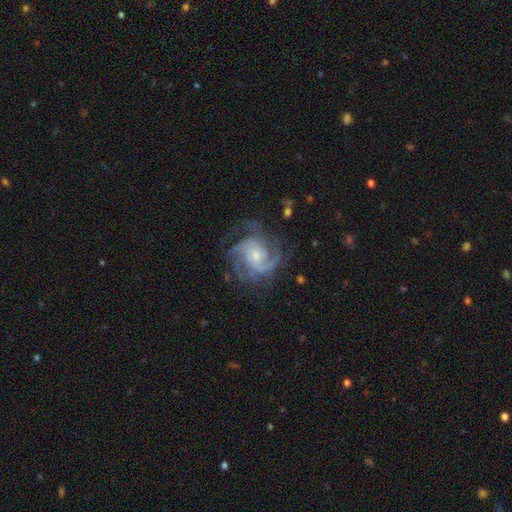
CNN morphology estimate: This appears to be a featured or disk galaxy (88%) with no bar (63%), 3 (34%) tight (48%) spiral arms (97%) and a small central bulge (56%). Merging: none (69%).